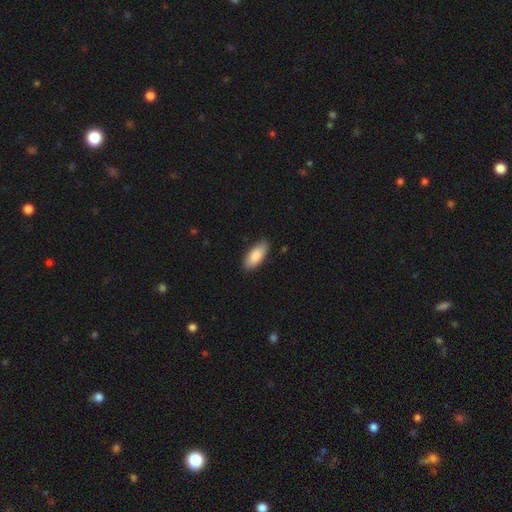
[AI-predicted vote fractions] Smooth or featured? smooth (86%)
How rounded? in between (85%)
Merging? none (87%)